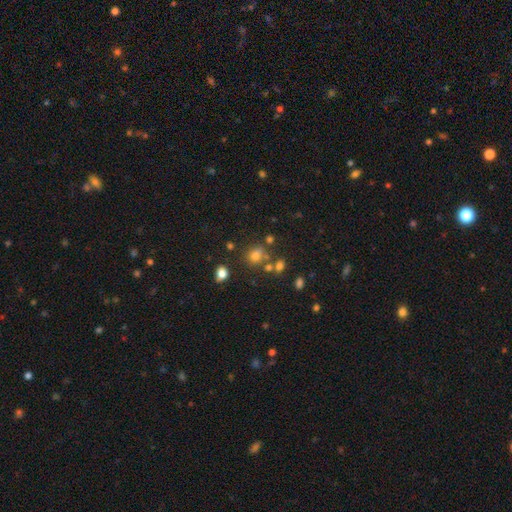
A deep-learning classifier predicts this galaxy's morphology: type=smooth (66%); roundness=round (60%); merging=none (63%).